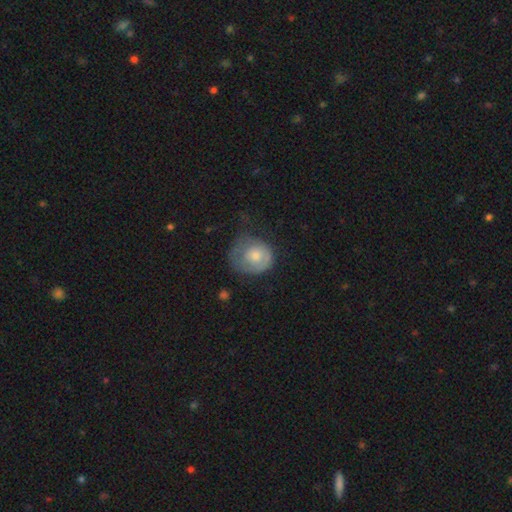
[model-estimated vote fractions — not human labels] This appears to be a smooth galaxy with no disk features (56%) that is round (73%). Merging: none (45%).